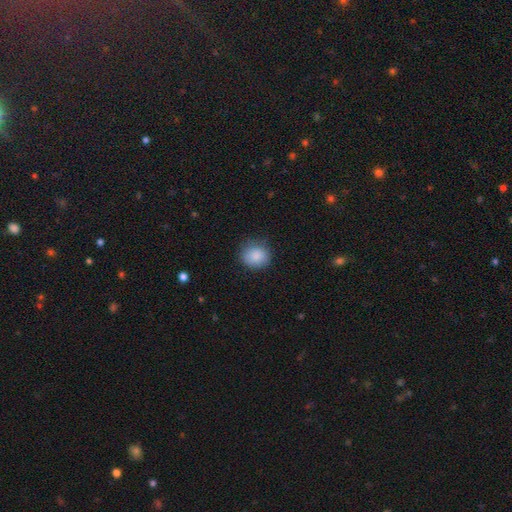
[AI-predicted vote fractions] smooth-or-featured: smooth: 87% | star or artifact: 7% | featured or disk: 5%
  how-rounded: round: 81% | in between: 18% | cigar-shaped: 1%
  merging: none: 80% | minor disturbance: 16% | major disturbance: 4% | merger: 1%